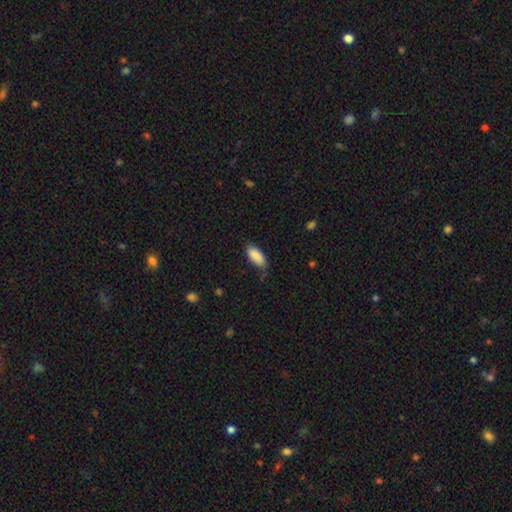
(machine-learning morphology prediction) This is clearly a smooth galaxy (88%). How rounded: clearly in between (88%). Merging: possibly none (60%).